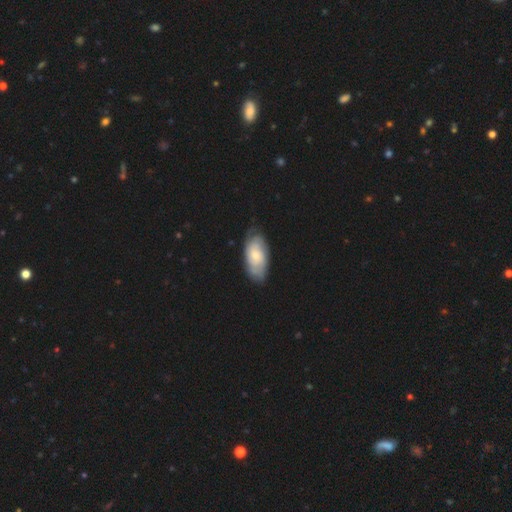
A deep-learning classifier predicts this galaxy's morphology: Smooth or featured: featured or disk — 58% (smooth — 36%)
Edge-on disk: no — 93% (yes — 7%)
Bar: no — 73% (weak — 24%)
Spiral arms: yes — 85% (no — 15%)
Bulge size: small — 52% (moderate — 40%)
Merging: none — 72% (minor disturbance — 21%)